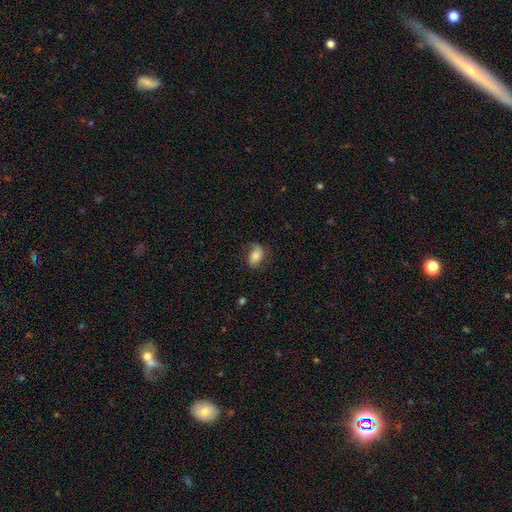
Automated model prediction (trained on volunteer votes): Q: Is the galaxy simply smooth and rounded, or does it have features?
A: smooth — 64%.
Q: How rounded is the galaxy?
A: in between — 88%.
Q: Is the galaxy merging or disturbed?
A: none — 65%.